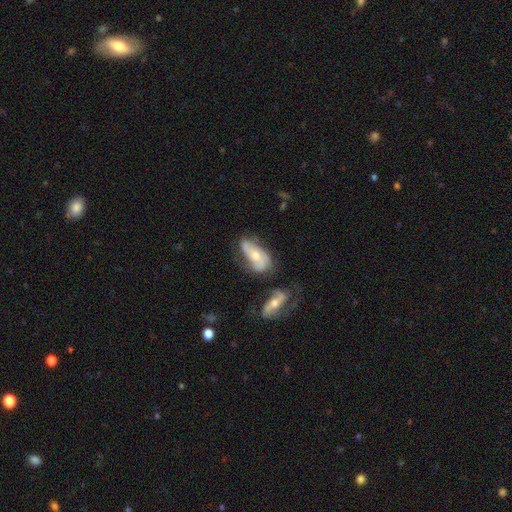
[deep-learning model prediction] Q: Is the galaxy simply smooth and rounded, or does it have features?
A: featured or disk — 57%.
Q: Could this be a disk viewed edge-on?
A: no — 89%.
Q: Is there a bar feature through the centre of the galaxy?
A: no — 69%.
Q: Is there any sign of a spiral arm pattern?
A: yes — 75%.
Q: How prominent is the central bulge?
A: moderate — 57%.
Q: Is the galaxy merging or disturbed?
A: none — 38%.